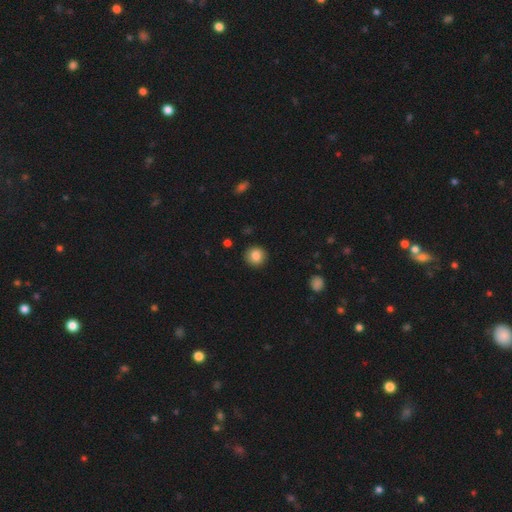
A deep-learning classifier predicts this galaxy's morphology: smooth_or_featured: smooth (p=0.85) [alt: star or artifact p=0.09]
how_rounded: round (p=0.90) [alt: in between p=0.09]
merging: none (p=0.90) [alt: minor disturbance p=0.07]